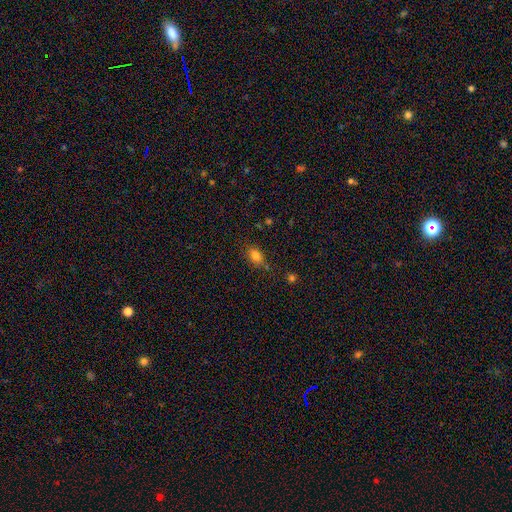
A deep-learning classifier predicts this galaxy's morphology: Overall: smooth (81%). How rounded: in between (76%). Merging: none (71%).